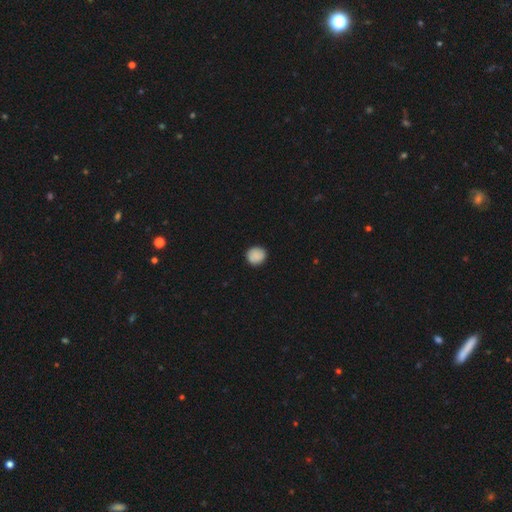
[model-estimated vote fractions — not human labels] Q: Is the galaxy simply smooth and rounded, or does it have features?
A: smooth — 88%.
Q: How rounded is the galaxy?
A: round — 88%.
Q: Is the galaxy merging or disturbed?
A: none — 89%.